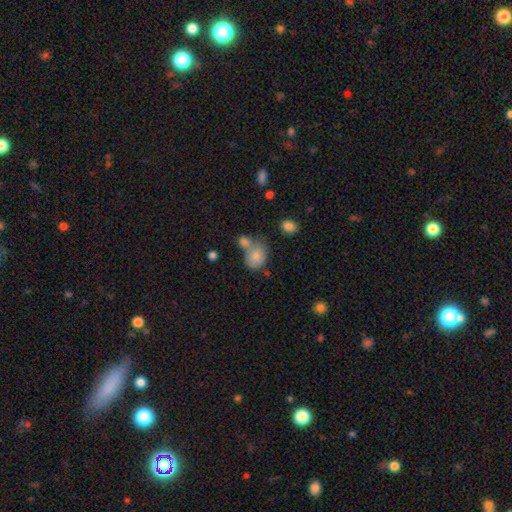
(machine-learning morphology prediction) This is clearly a smooth galaxy (80%). How rounded: possibly in between (57%). Merging: marginally merger (41%).